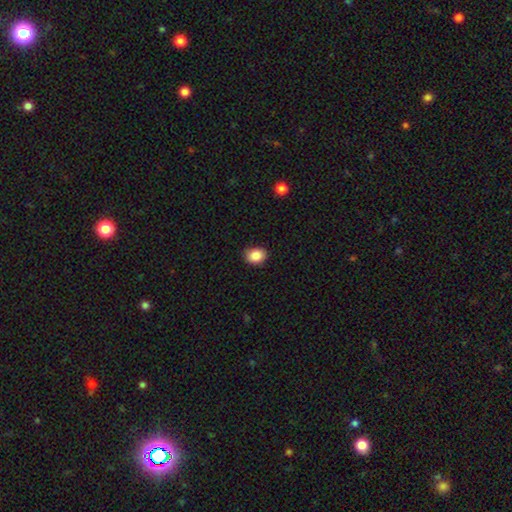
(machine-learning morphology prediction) Q: Smooth or featured?
A: smooth (86%); runner-up: star or artifact (9%)
Q: How rounded?
A: in between (50%); runner-up: round (49%)
Q: Merging?
A: none (84%); runner-up: minor disturbance (13%)